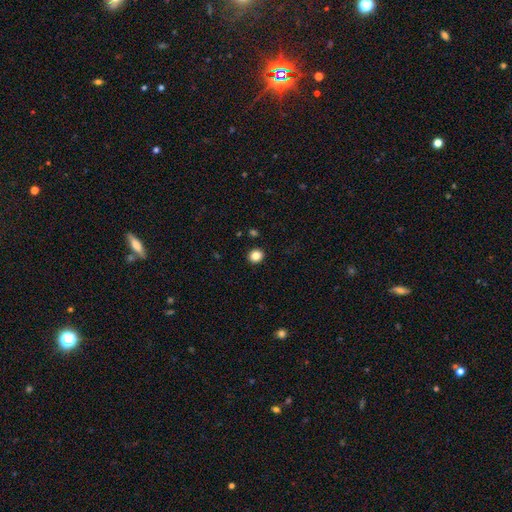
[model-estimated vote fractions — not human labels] smooth_or_featured: smooth (p=0.85) [alt: star or artifact p=0.11]
how_rounded: round (p=0.86) [alt: in between p=0.13]
merging: none (p=0.92) [alt: minor disturbance p=0.05]